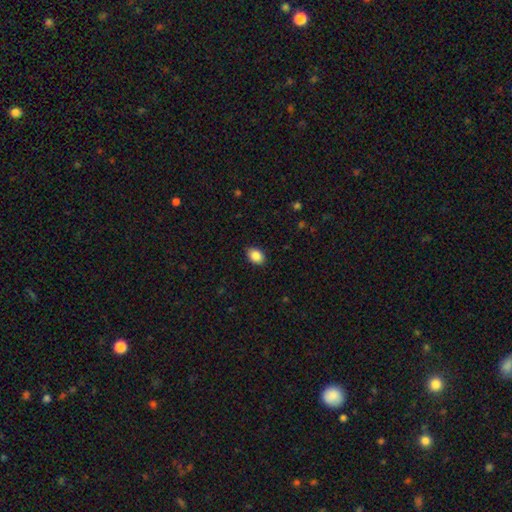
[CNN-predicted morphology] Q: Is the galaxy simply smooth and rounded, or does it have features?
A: smooth — 87%.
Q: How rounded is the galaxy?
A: in between — 80%.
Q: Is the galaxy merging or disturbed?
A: none — 89%.